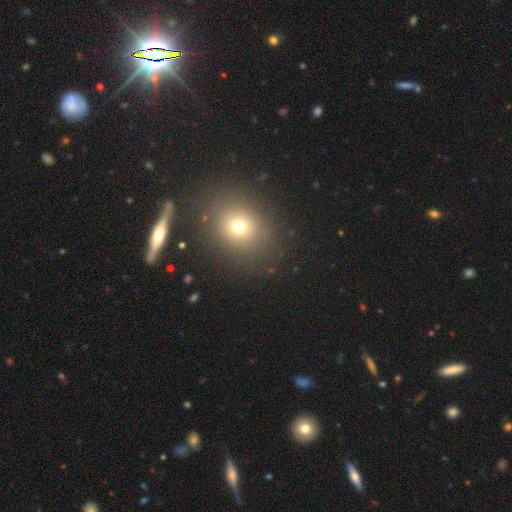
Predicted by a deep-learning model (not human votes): This is possibly a smooth galaxy (57%). How rounded: likely round (74%). Merging: clearly none (86%).